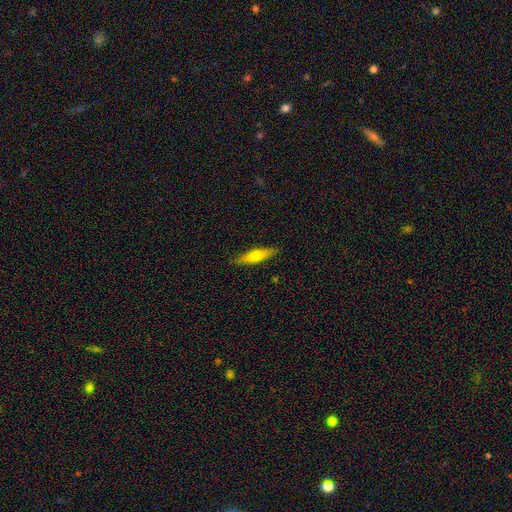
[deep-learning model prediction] The model was most divided on "smooth or featured": smooth: 55%, featured or disk: 39%, star or artifact: 6%. More confident: merging — none (89%); how rounded — cigar-shaped (79%).